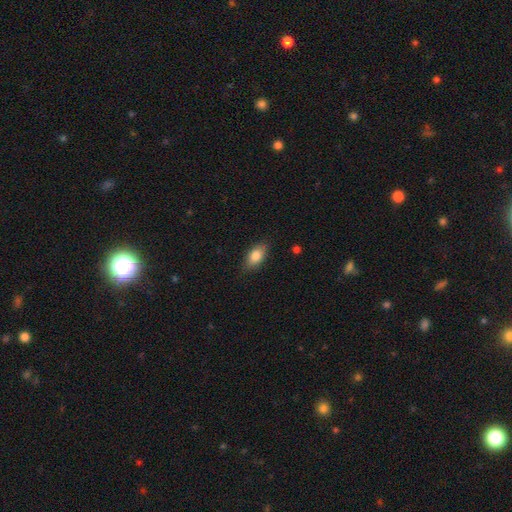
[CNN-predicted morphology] The model was most divided on "merging": none: 83%, minor disturbance: 13%, major disturbance: 3%, merger: 1%. More confident: how rounded — in between (88%); smooth or featured — smooth (81%).